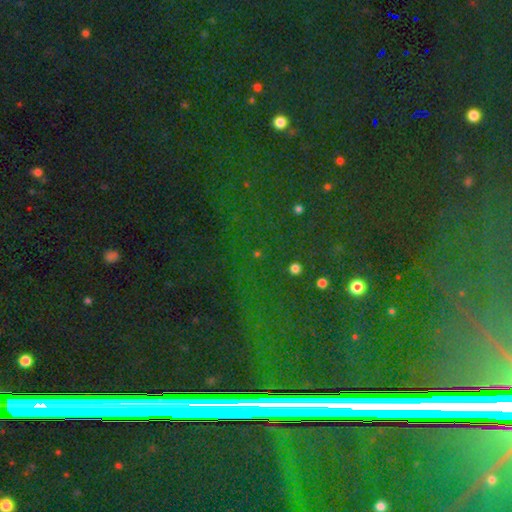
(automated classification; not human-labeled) The model was most divided on "smooth or featured": star or artifact: 85%, smooth: 8%, featured or disk: 7%.